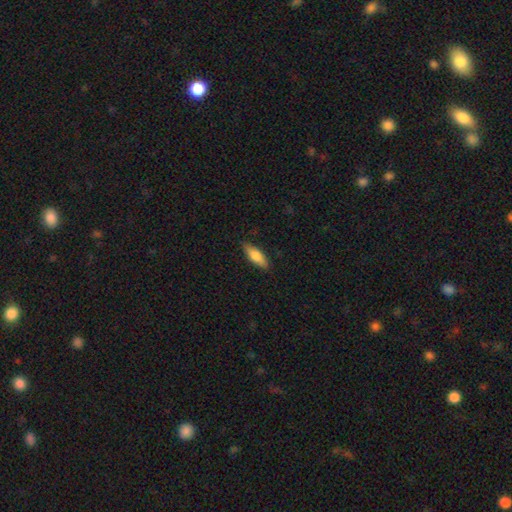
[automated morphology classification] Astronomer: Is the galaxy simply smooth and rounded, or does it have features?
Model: smooth — 76%.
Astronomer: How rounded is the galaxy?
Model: in between — 62%.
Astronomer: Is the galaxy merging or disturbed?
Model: none — 86%.